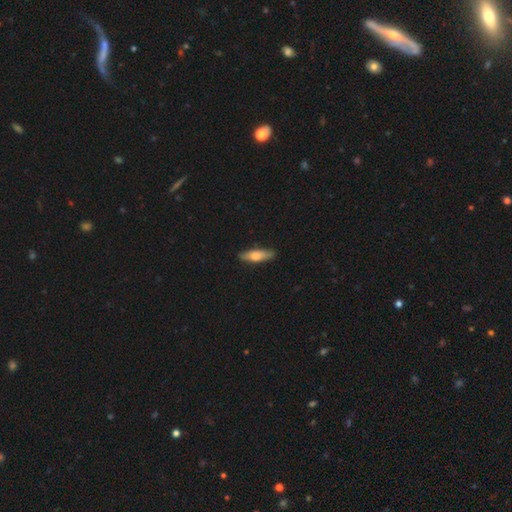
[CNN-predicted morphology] Overall: smooth (66%; featured or disk 28%). How rounded: cigar-shaped (58%; in between 40%). Merging: none (87%).